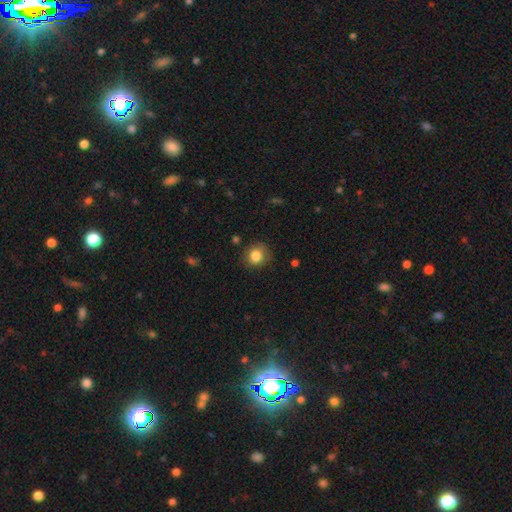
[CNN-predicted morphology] A smooth galaxy with no disk features (84%) that is round (84%).

Vote fractions:
- Smooth or featured? smooth: 84% / star or artifact: 10% / featured or disk: 6%
- How rounded? round: 84% / in between: 15% / cigar-shaped: 1%
- Merging? none: 83% / minor disturbance: 13% / major disturbance: 3% / merger: 1%